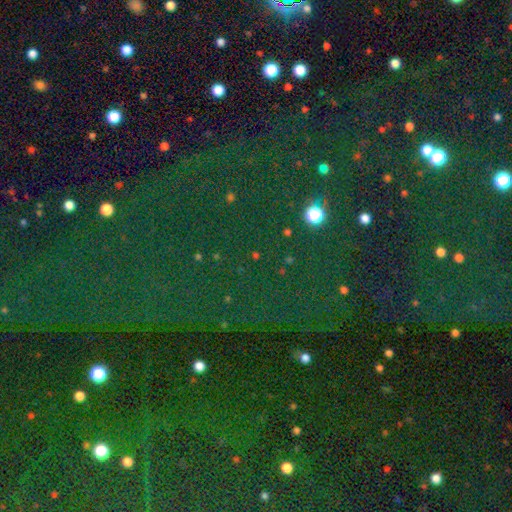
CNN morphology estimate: A star or artifact, not a galaxy (69%).

Vote fractions:
- Smooth or featured? star or artifact: 69% / smooth: 23% / featured or disk: 8%